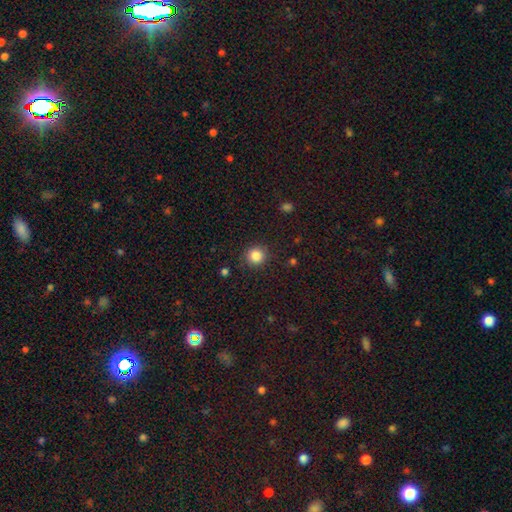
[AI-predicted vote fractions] A smooth galaxy with no disk features (85%) that is round (92%).

Vote fractions:
- Smooth or featured? smooth: 85% / star or artifact: 11% / featured or disk: 4%
- How rounded? round: 92% / in between: 7% / cigar-shaped: 1%
- Merging? none: 88% / minor disturbance: 8% / major disturbance: 3% / merger: 1%